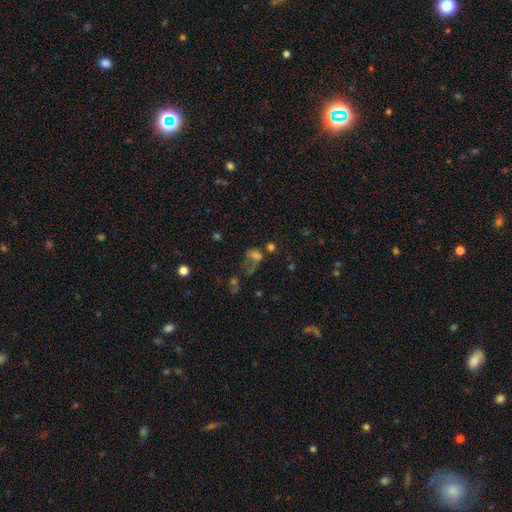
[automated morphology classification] Smooth or featured: smooth — 54% (featured or disk — 23%)
How rounded: in between — 60% (round — 38%)
Merging: major disturbance — 40% (merger — 26%)